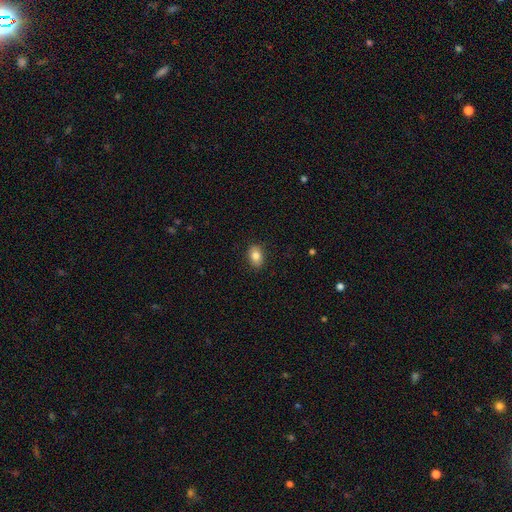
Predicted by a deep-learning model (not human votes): smooth-or-featured: smooth: 83% | star or artifact: 9% | featured or disk: 8%
  how-rounded: in between: 80% | round: 19% | cigar-shaped: 1%
  merging: none: 89% | minor disturbance: 8% | major disturbance: 2% | merger: 1%